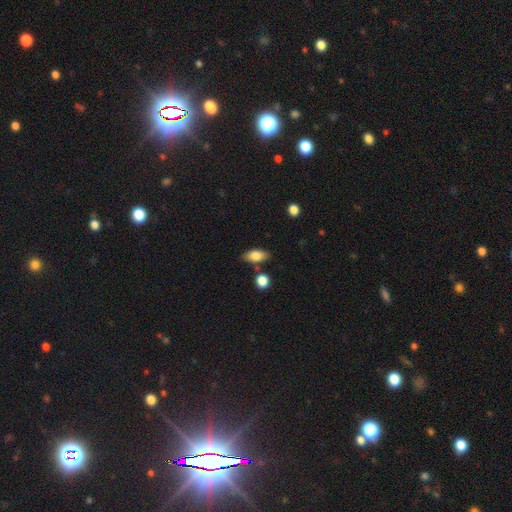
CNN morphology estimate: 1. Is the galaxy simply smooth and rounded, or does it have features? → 78% smooth, 15% featured or disk, 8% star or artifact.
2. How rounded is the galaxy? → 85% in between, 9% cigar-shaped, 6% round.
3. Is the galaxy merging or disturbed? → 77% none, 13% minor disturbance, 7% merger, 3% major disturbance.